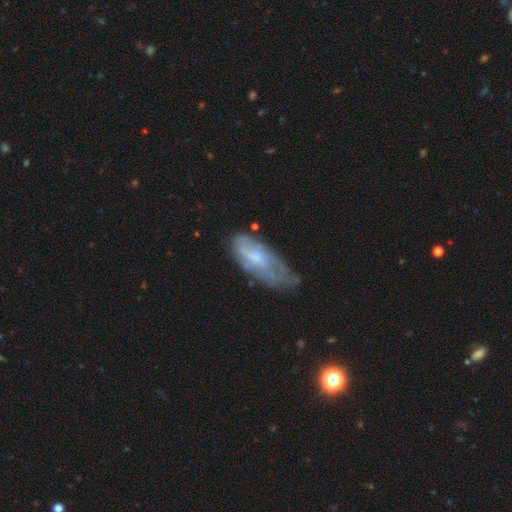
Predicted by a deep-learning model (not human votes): Smooth or featured? featured or disk (49%)
Merging? none (51%)